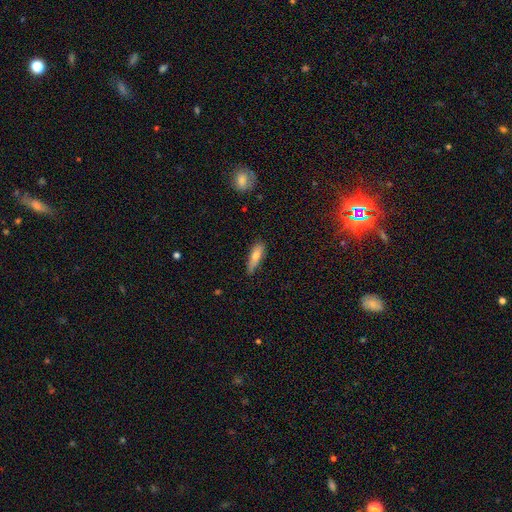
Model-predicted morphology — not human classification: type=smooth (72%); roundness=cigar-shaped (61%); merging=none (68%).